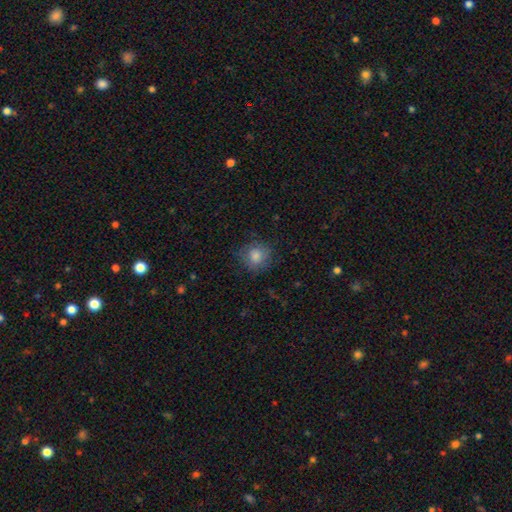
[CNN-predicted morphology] A smooth galaxy with no disk features (79%) that is round (87%).

Vote fractions:
- Smooth or featured? smooth: 79% / star or artifact: 11% / featured or disk: 10%
- How rounded? round: 87% / in between: 12% / cigar-shaped: 1%
- Merging? none: 79% / minor disturbance: 15% / major disturbance: 5% / merger: 1%